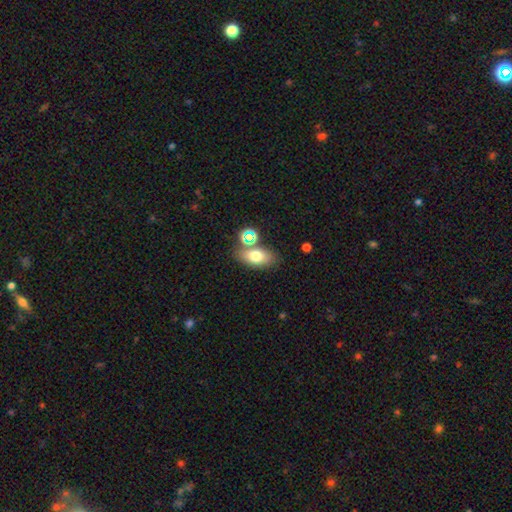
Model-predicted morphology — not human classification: type=smooth (72%); roundness=in between (82%); merging=none (67%).